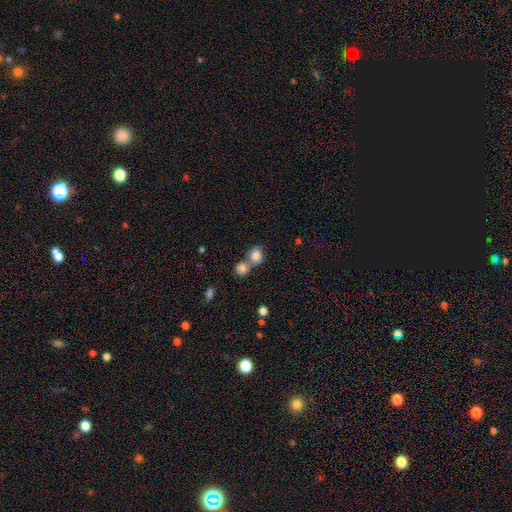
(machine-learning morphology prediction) Smooth or featured: smooth — 84% (star or artifact — 9%)
How rounded: round — 73% (in between — 26%)
Merging: merger — 53% (none — 37%)